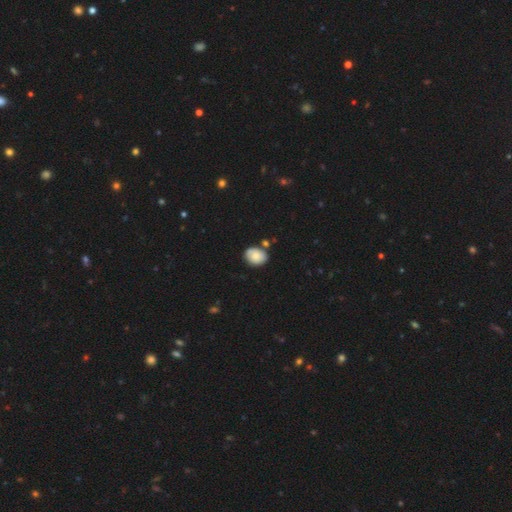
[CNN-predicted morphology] Smooth or featured: smooth — 79% (featured or disk — 13%)
How rounded: in between — 62% (round — 37%)
Merging: none — 69% (minor disturbance — 19%)